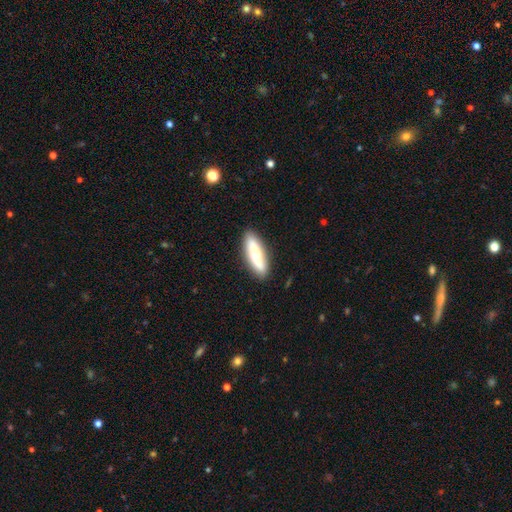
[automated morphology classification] type=smooth (52%); roundness=cigar-shaped (53%); merging=none (88%).